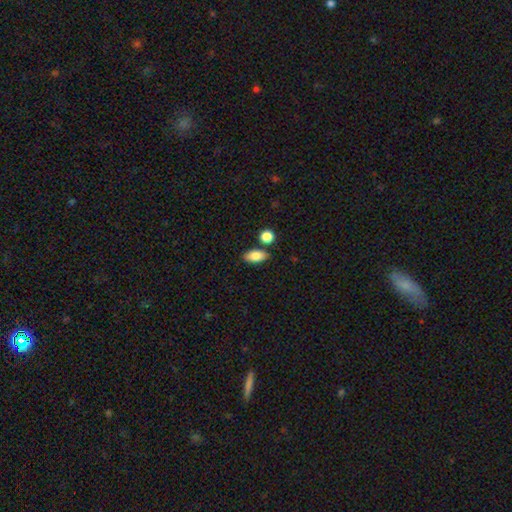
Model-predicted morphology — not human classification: smooth 85%, featured or disk 8%, star or artifact 8%. Down the decision tree: how rounded — in between (89%); merging — none (80%).